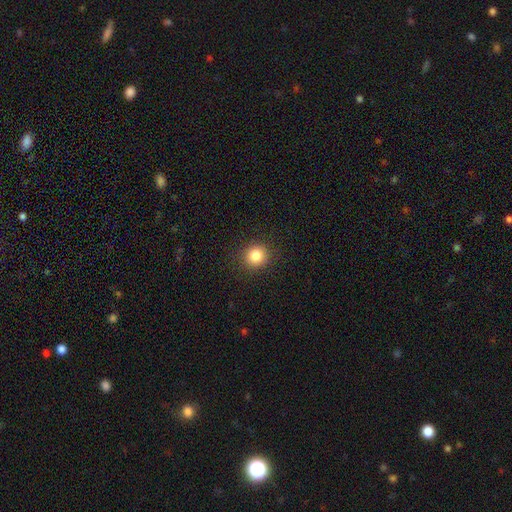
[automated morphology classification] The model was most divided on "smooth or featured": smooth: 84%, star or artifact: 11%, featured or disk: 5%. More confident: merging — none (90%); how rounded — round (89%).